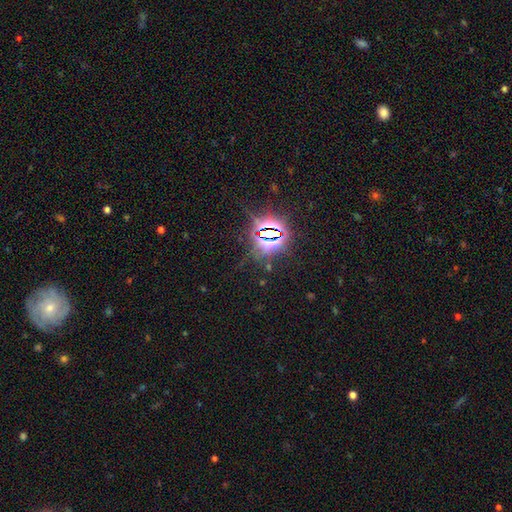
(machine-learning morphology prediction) Smooth or featured? star or artifact (84%)